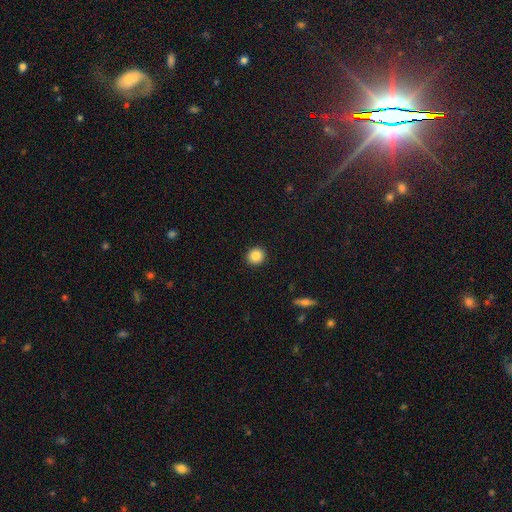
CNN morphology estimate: smooth 87%, star or artifact 9%, featured or disk 4%. Down the decision tree: how rounded — round (89%); merging — none (92%).